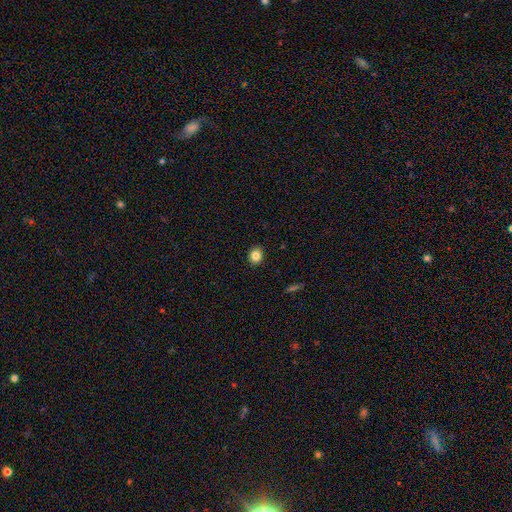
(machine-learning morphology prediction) This appears to be a smooth galaxy with no disk features (84%) that is round (74%). Merging: none (91%).